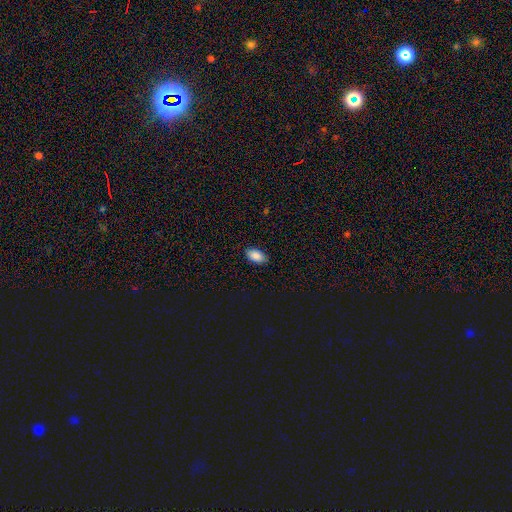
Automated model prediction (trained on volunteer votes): Smooth or featured? smooth (89%)
How rounded? in between (93%)
Merging? none (87%)